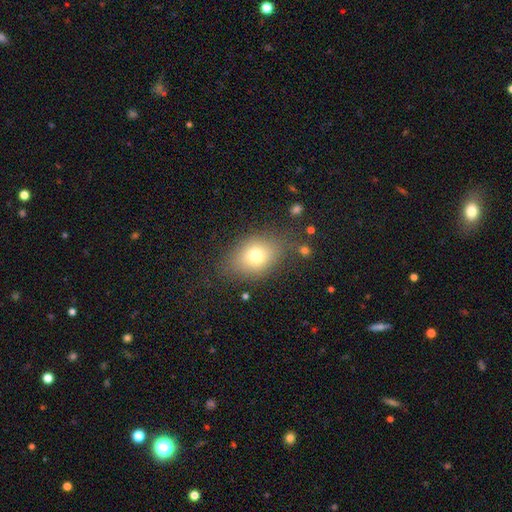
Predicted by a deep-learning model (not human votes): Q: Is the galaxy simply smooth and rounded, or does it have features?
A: smooth — 74%.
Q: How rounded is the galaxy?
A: in between — 67%.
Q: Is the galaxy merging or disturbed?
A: none — 71%.